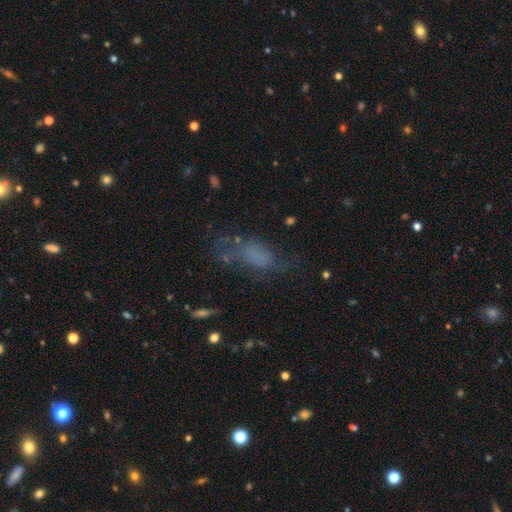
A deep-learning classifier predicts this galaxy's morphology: Smooth or featured? smooth (55%)
How rounded? in between (82%)
Merging? none (42%)